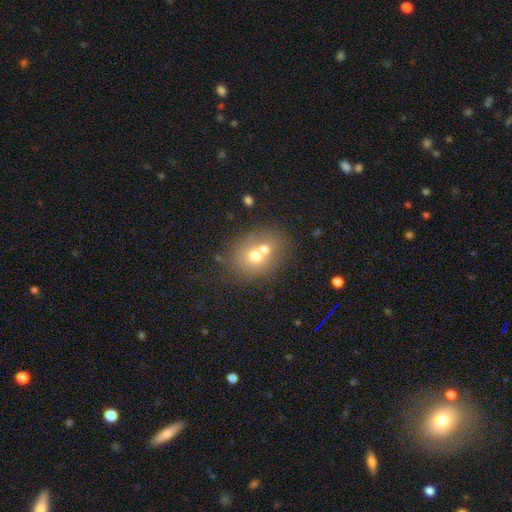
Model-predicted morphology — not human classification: This appears to be a smooth galaxy with no disk features (63%) that is round (64%). Merging: merger (52%).